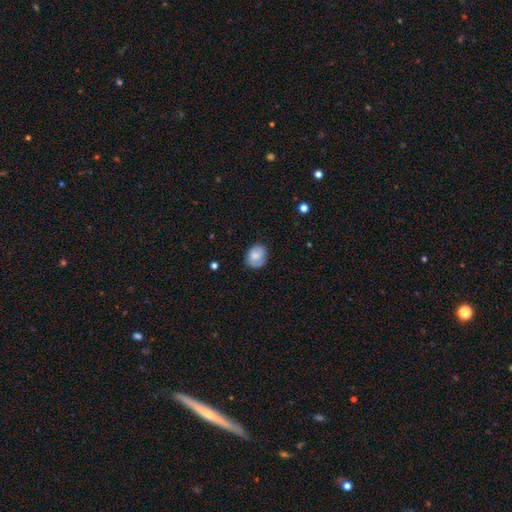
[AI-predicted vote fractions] The model was most divided on "how rounded": round: 51%, in between: 49%, cigar-shaped: 1%. More confident: smooth or featured — smooth (71%); merging — none (68%).